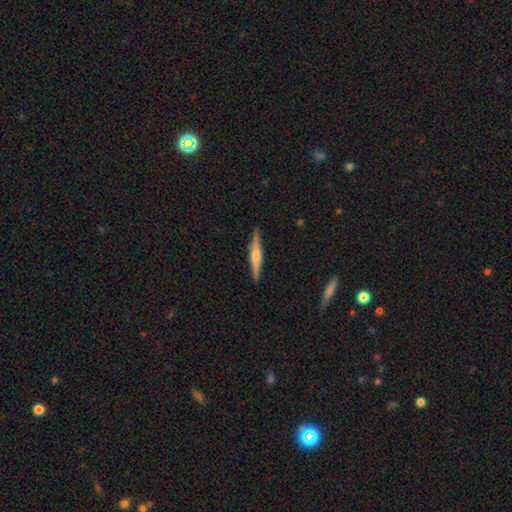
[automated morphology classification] A featured or disk galaxy (62%) viewed edge-on (98%) with a rounded central bulge (68%). Merging: none (90%).